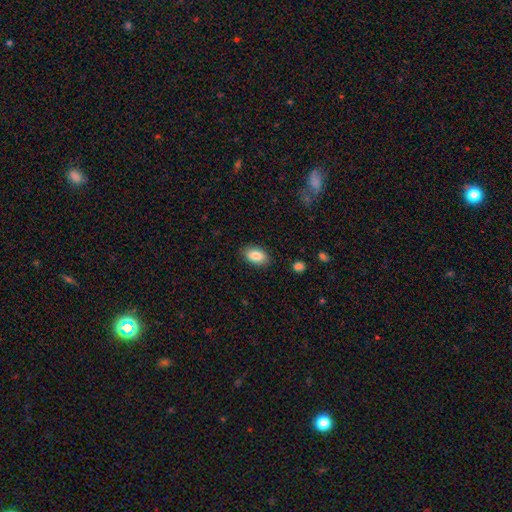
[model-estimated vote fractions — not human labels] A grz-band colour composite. It shows a smooth galaxy with no disk features (87%) that is in between round and cigar-shaped (91%). Merging: none (87%).